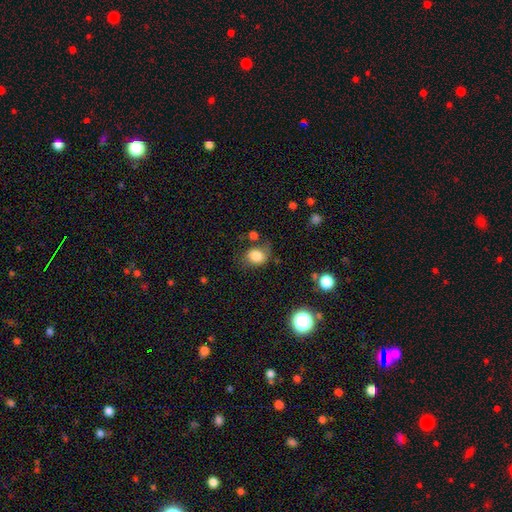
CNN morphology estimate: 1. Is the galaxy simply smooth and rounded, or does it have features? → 80% smooth, 10% featured or disk, 10% star or artifact.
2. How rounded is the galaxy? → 55% round, 44% in between, 1% cigar-shaped.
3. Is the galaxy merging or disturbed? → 56% none, 26% minor disturbance, 13% major disturbance, 6% merger.